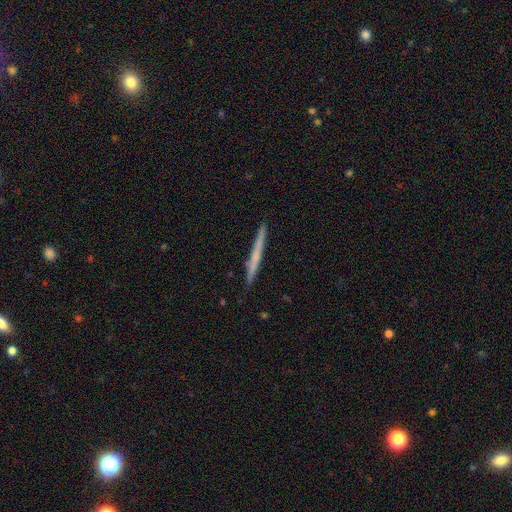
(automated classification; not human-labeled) This is possibly a smooth galaxy (49%). Merging: clearly none (91%).